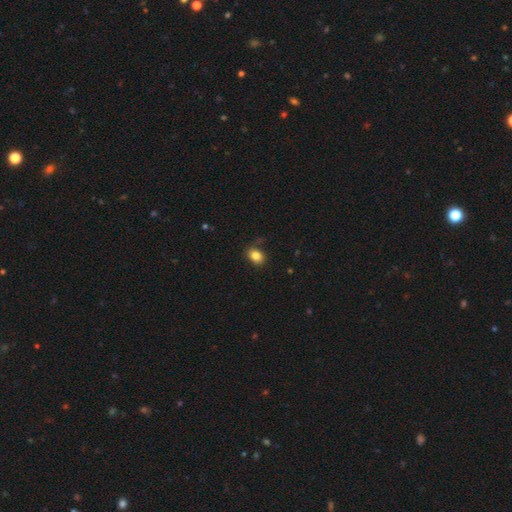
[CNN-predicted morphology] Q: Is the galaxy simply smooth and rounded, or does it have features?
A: smooth — 84%.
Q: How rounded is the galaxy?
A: in between — 72%.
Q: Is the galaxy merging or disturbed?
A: none — 81%.